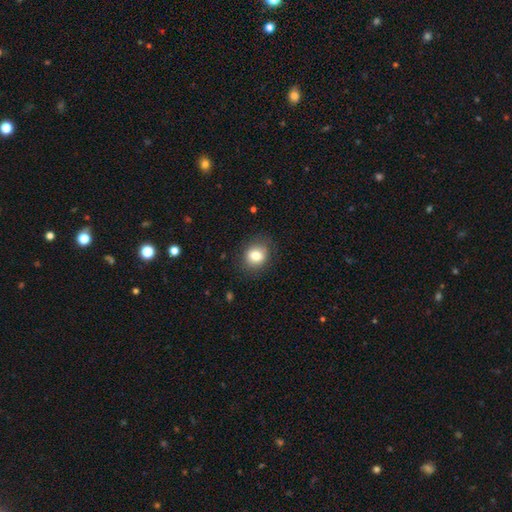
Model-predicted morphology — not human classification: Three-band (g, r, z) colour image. It shows a smooth galaxy with no disk features (79%) that is round (63%). Merging: none (83%).